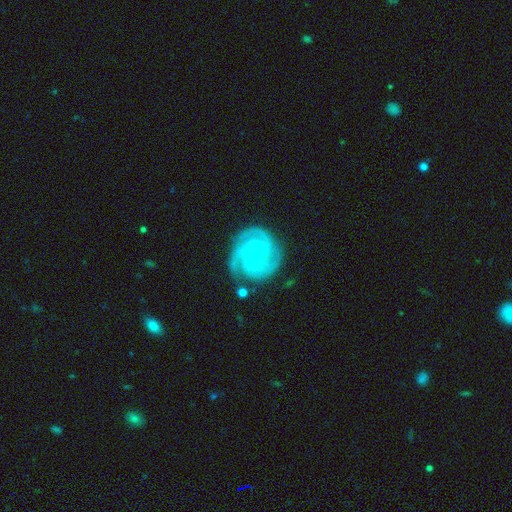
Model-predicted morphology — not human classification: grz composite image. It shows a featured or disk galaxy (91%) with a weak bar (44%), 3 (52%) tight (67%) spiral arms (98%) and a small central bulge (77%). Merging: none (77%).